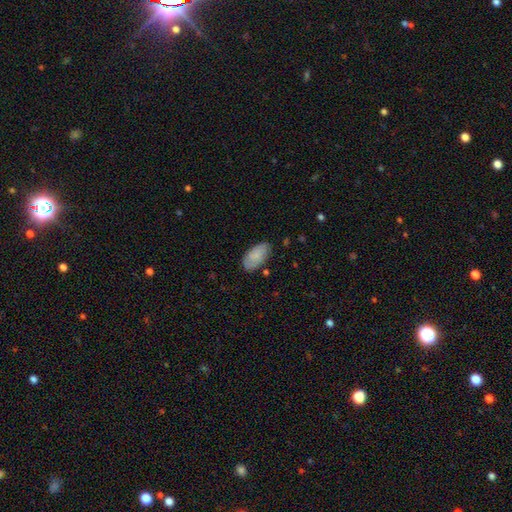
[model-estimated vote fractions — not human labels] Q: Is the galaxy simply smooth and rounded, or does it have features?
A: smooth — 80%.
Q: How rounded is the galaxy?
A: in between — 95%.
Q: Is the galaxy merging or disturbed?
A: none — 73%.